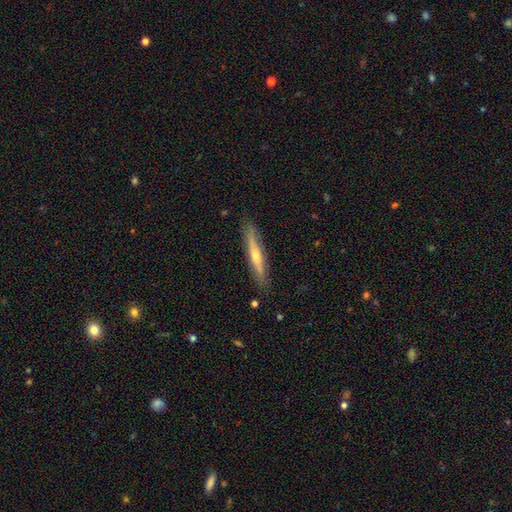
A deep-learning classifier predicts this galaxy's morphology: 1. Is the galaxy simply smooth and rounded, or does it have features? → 59% featured or disk, 35% smooth, 6% star or artifact.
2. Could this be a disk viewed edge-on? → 93% yes, 7% no.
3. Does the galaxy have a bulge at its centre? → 81% rounded, 16% none, 3% boxy.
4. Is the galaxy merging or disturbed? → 86% none, 11% minor disturbance, 2% major disturbance, 1% merger.